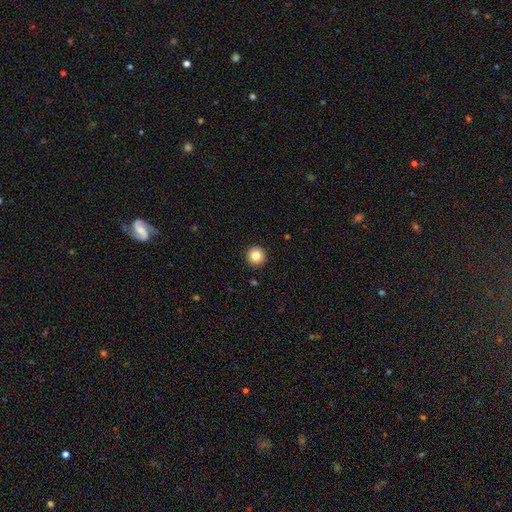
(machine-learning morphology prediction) A smooth galaxy with no disk features (84%) that is round (97%).

Vote fractions:
- Smooth or featured? smooth: 84% / star or artifact: 10% / featured or disk: 7%
- How rounded? round: 97% / in between: 2% / cigar-shaped: 1%
- Merging? none: 93% / minor disturbance: 4% / major disturbance: 1% / merger: 1%